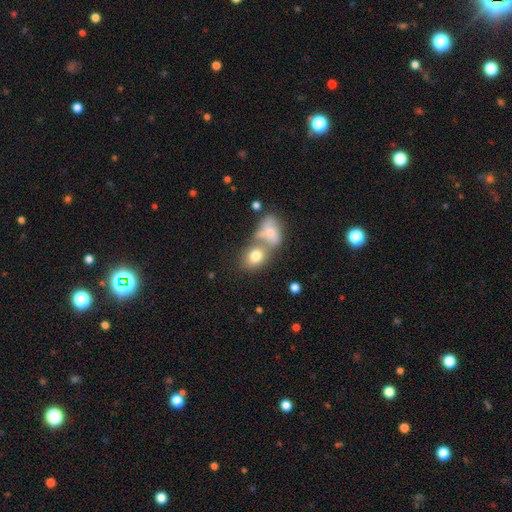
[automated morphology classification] smooth_or_featured: smooth (p=0.76) [alt: featured or disk p=0.15]
how_rounded: in between (p=0.65) [alt: round p=0.33]
merging: merger (p=0.53) [alt: none p=0.34]